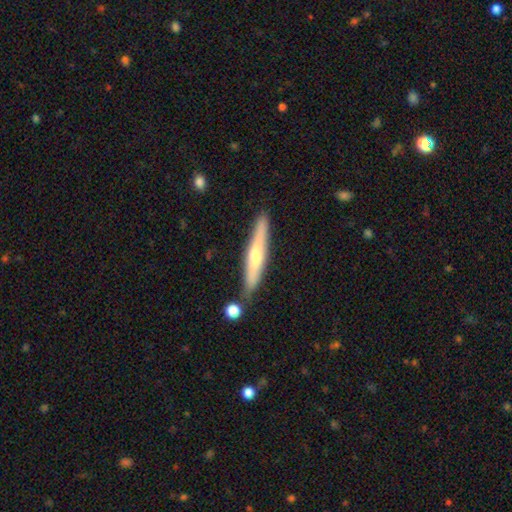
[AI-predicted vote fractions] smooth_or_featured: featured or disk (p=0.52) [alt: smooth p=0.42]
disk_edge_on: yes (p=0.92) [alt: no p=0.08]
merging: none (p=0.82) [alt: minor disturbance p=0.11]